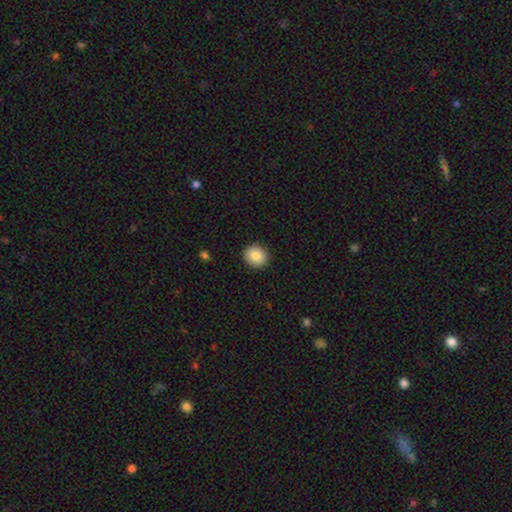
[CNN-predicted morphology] Smooth or featured: smooth — 84% (star or artifact — 8%)
How rounded: round — 87% (in between — 12%)
Merging: none — 92% (minor disturbance — 6%)